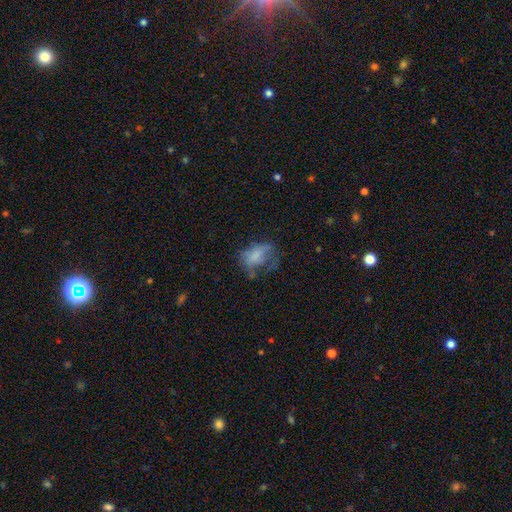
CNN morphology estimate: Overall: smooth (59%; featured or disk 29%). How rounded: in between (79%). Merging: major disturbance (38%; none 32%).